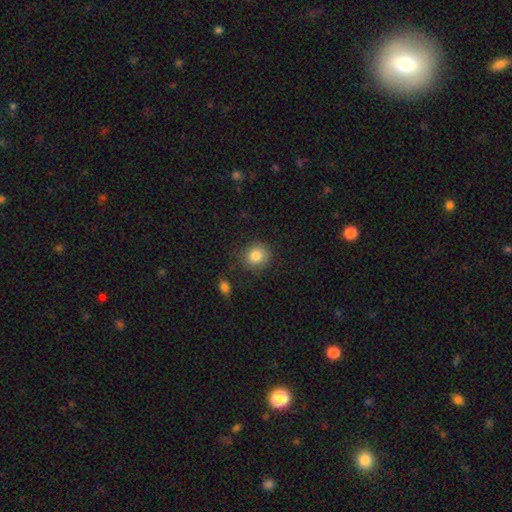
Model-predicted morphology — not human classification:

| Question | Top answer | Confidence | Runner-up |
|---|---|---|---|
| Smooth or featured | smooth | 84% | star or artifact (10%) |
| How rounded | round | 85% | in between (14%) |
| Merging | none | 83% | minor disturbance (12%) |